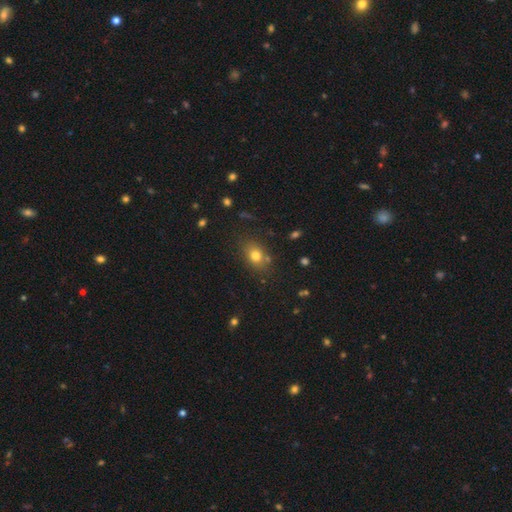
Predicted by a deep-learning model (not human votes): Q: Smooth or featured?
A: smooth (76%); runner-up: star or artifact (13%)
Q: How rounded?
A: in between (64%); runner-up: round (35%)
Q: Merging?
A: none (77%); runner-up: minor disturbance (13%)